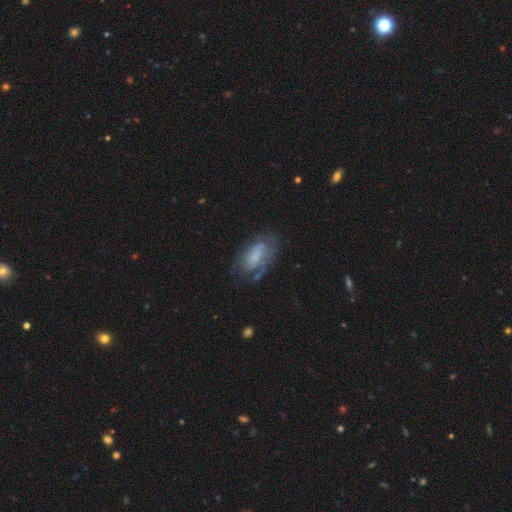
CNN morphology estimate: smooth_or_featured: smooth (p=0.47) [alt: featured or disk p=0.44]
merging: none (p=0.49) [alt: minor disturbance p=0.27]